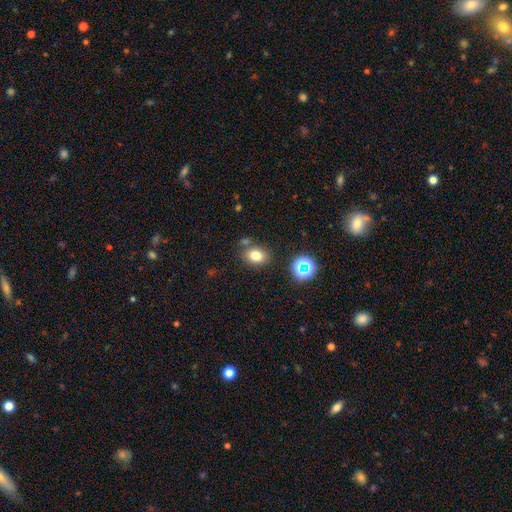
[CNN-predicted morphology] This appears to be a smooth galaxy with no disk features (78%) that is in between round and cigar-shaped (59%). Merging: none (76%).